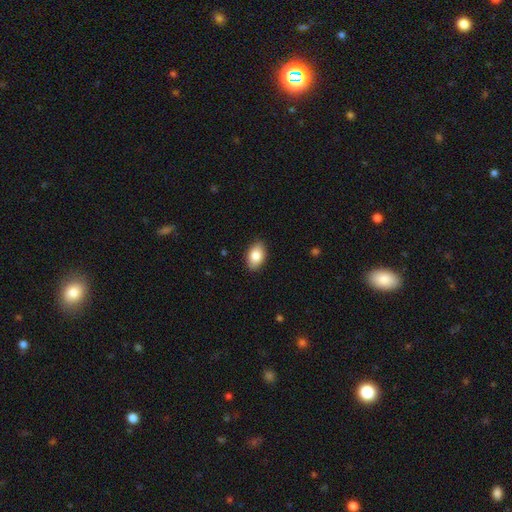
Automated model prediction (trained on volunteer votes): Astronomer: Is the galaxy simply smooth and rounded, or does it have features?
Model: smooth — 84%.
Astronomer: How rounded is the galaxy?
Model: in between — 90%.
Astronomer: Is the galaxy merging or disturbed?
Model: none — 88%.